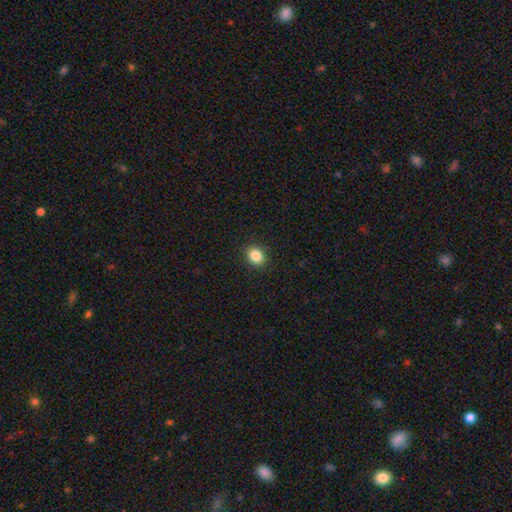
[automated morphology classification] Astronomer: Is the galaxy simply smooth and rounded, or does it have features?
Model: smooth — 86%.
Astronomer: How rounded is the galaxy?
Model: round — 51% (runner-up: in between, 48%).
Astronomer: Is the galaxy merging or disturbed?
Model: none — 90%.